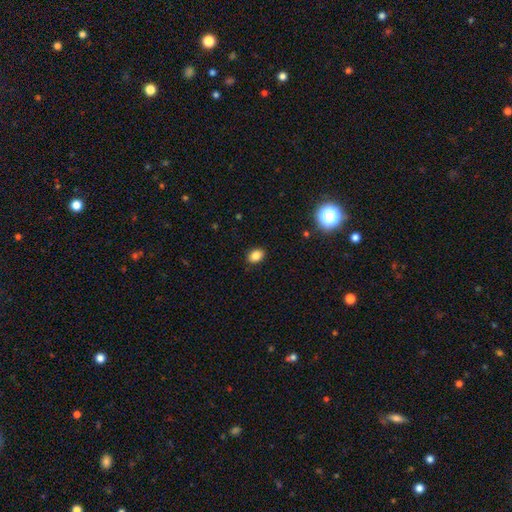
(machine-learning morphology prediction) This appears to be a smooth galaxy with no disk features (84%) that is in between round and cigar-shaped (73%). Merging: none (88%).